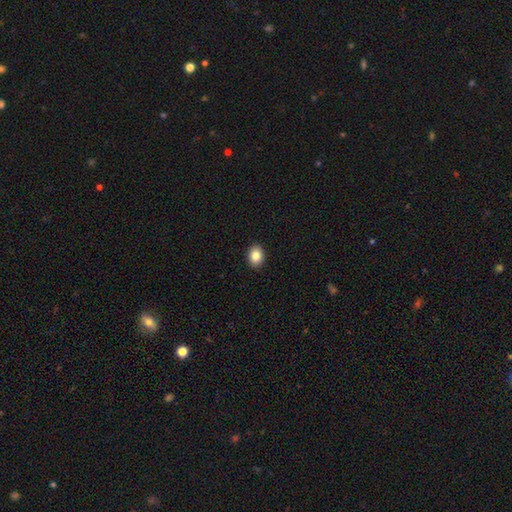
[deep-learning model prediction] Smooth or featured? smooth (84%)
How rounded? in between (68%)
Merging? none (91%)